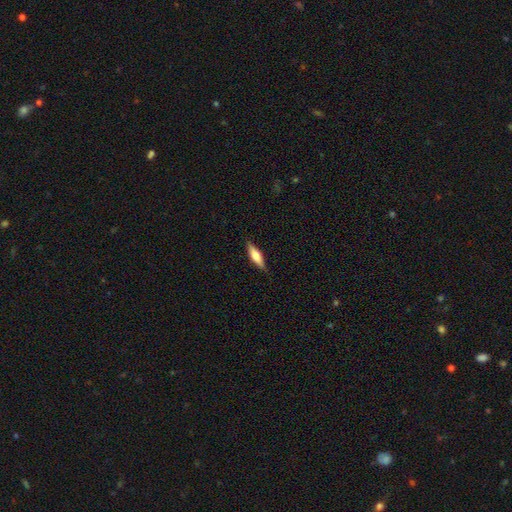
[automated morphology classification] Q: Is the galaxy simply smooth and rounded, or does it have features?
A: smooth — 58%.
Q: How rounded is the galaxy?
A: cigar-shaped — 61%.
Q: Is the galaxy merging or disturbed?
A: none — 87%.